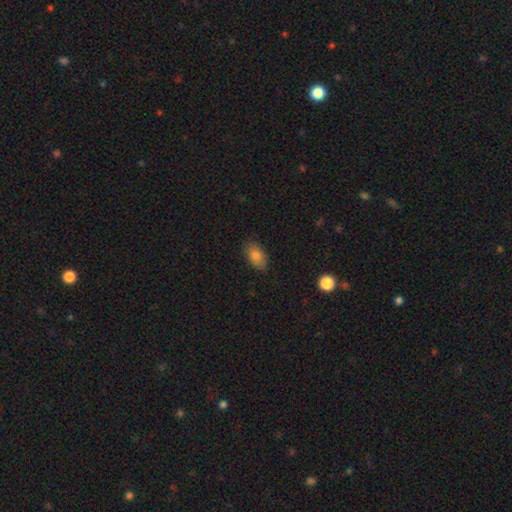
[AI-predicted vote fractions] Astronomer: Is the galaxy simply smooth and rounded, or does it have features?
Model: smooth — 82%.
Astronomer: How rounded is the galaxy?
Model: in between — 90%.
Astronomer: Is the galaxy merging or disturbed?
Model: none — 84%.